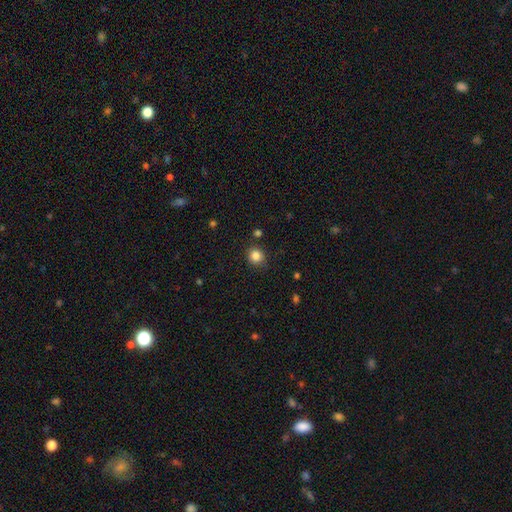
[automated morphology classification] A smooth galaxy with no disk features (84%) that is round (82%). Merging: none (84%).